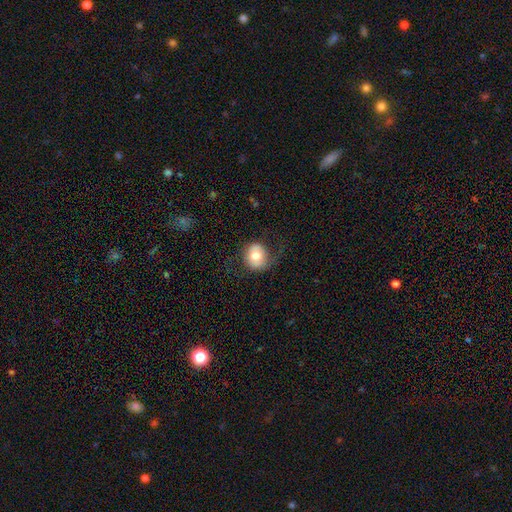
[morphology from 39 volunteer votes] This appears to be a smooth galaxy with no disk features (62%) that is round (79%). Merging: none (57%).